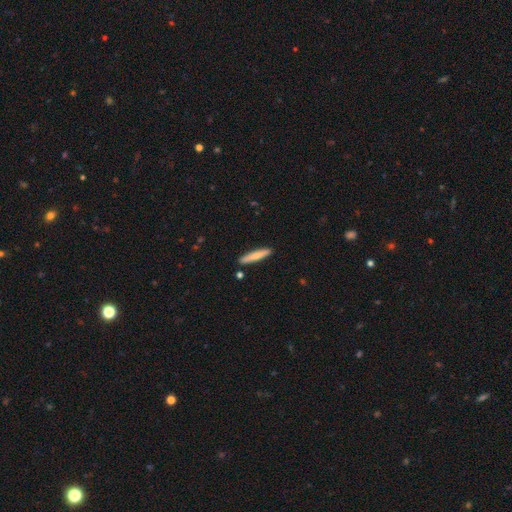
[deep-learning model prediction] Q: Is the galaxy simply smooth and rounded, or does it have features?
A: smooth — 73%.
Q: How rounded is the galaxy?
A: cigar-shaped — 91%.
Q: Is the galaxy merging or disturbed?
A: none — 88%.